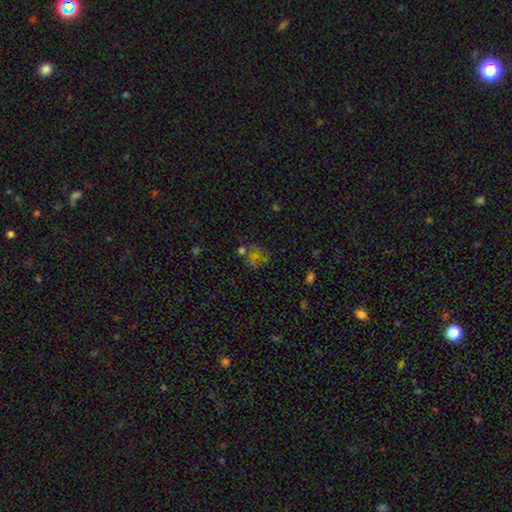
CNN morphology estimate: A smooth galaxy with no disk features (42%). Merging: none (51%).